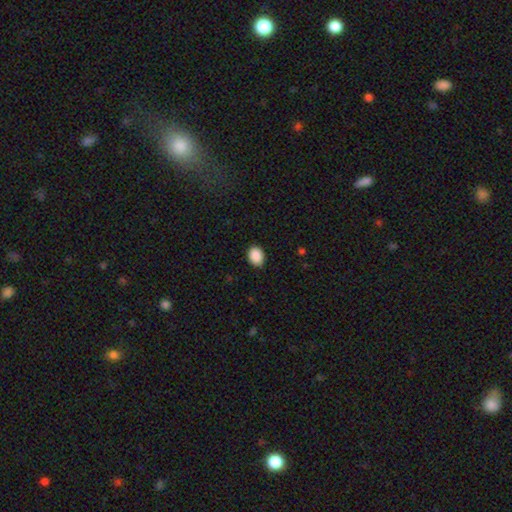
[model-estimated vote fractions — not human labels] Smooth or featured? smooth (90%)
How rounded? in between (67%)
Merging? none (88%)